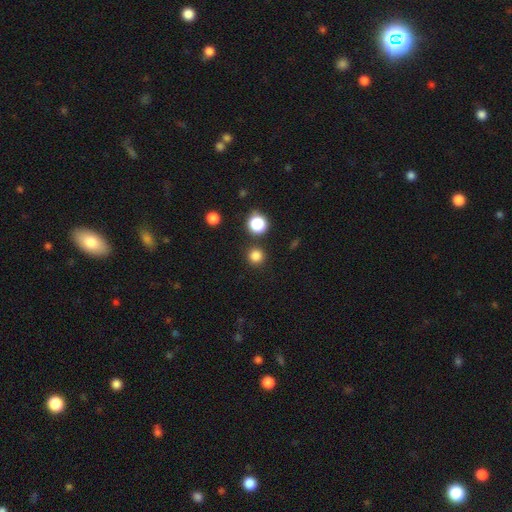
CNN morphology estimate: A smooth galaxy with no disk features (81%) that is round (94%). Merging: none (88%).